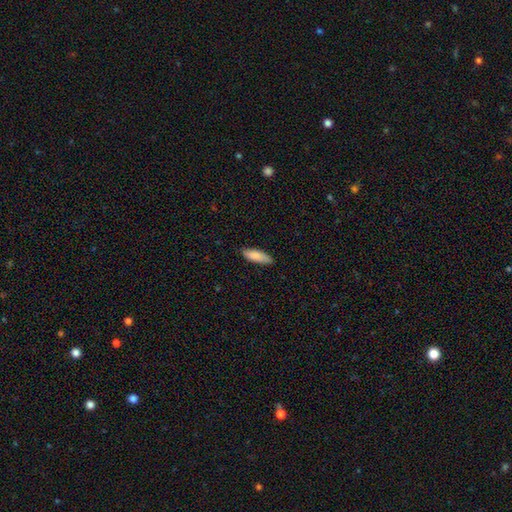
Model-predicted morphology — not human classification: type=smooth (86%); roundness=in between (56%); merging=none (84%).